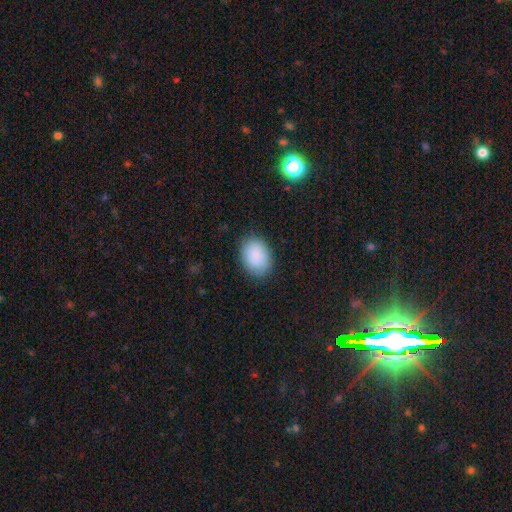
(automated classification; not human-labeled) This is clearly a smooth galaxy (89%). How rounded: likely in between (76%). Merging: clearly none (85%).